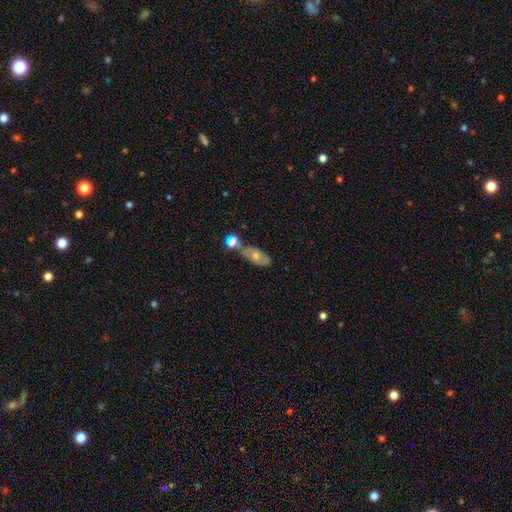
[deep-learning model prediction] This is possibly a smooth galaxy (46%). Merging: likely none (62%).